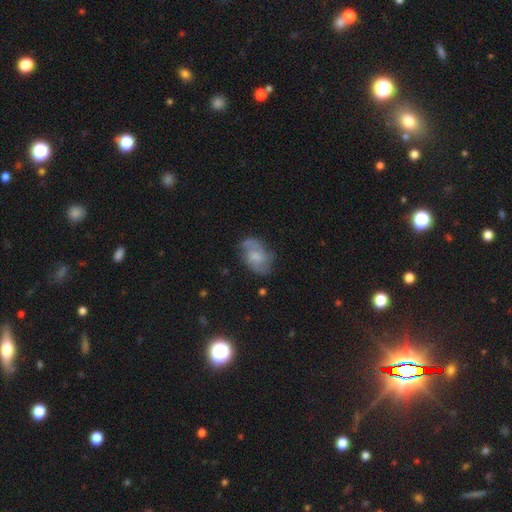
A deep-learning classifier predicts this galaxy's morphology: smooth-or-featured: featured or disk: 63% | smooth: 30% | star or artifact: 8%
  disk-edge-on: no: 96% | yes: 4%
    bar: no: 48% | weak: 45% | strong: 8%
    has-spiral-arms: yes: 87% | no: 13%
      spiral-winding: medium: 48% | loose: 30% | tight: 22%
      spiral-arm-count: 2: 75% | can't tell: 13% | 1: 5% | 3: 4% | 4: 1% | more than 4: 1%
    bulge-size: moderate: 34% | small: 27% | none: 26% | large: 11% | dominant: 2%
  merging: none: 65% | minor disturbance: 23% | major disturbance: 10% | merger: 2%